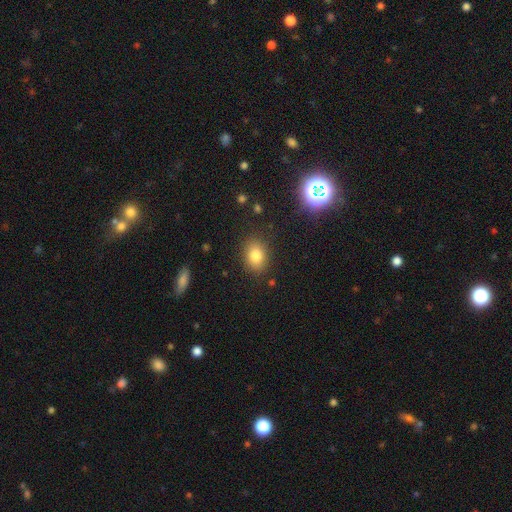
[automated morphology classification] Smooth or featured?
  - smooth: 81% *
  - star or artifact: 11%
  - featured or disk: 8%
How rounded?
  - in between: 68% *
  - round: 31%
  - cigar-shaped: 1%
Merging?
  - none: 84% *
  - minor disturbance: 11%
  - major disturbance: 3%
  - merger: 2%